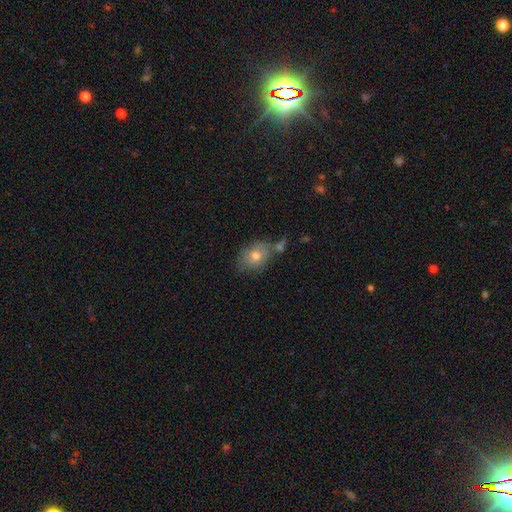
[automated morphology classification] Smooth or featured?
  - smooth: 74% *
  - featured or disk: 18%
  - star or artifact: 8%
How rounded?
  - in between: 64% *
  - round: 35%
  - cigar-shaped: 1%
Merging?
  - none: 55% *
  - minor disturbance: 21%
  - merger: 16%
  - major disturbance: 8%